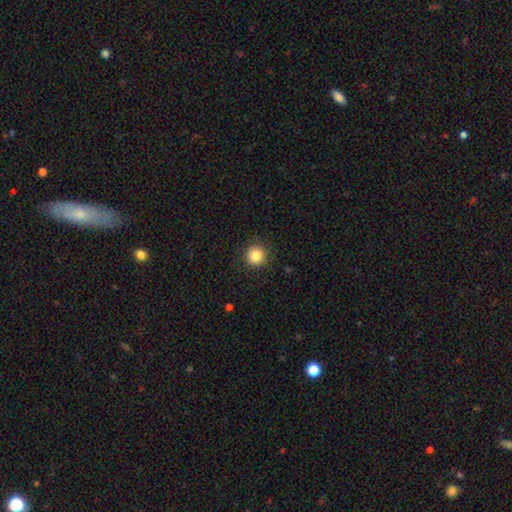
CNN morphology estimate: Smooth or featured? smooth (84%)
How rounded? round (95%)
Merging? none (91%)